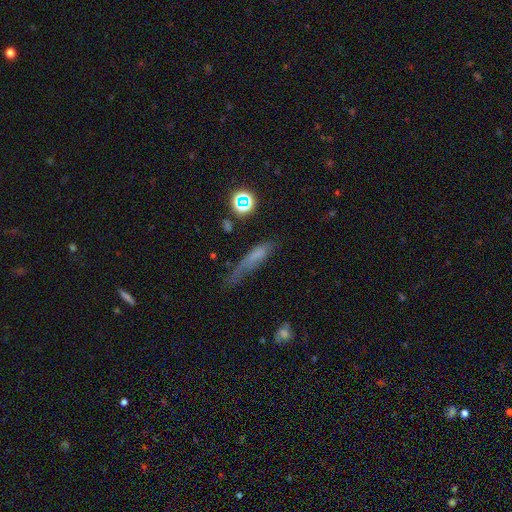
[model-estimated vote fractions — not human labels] Q: Smooth or featured?
A: smooth (59%); runner-up: featured or disk (25%)
Q: How rounded?
A: cigar-shaped (71%); runner-up: in between (24%)
Q: Merging?
A: none (40%); runner-up: minor disturbance (31%)